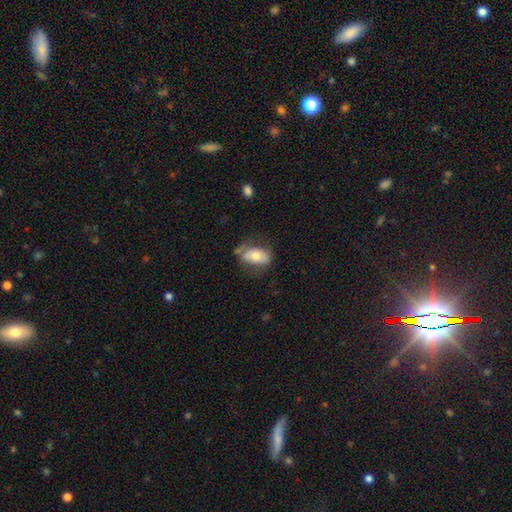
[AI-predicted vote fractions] The model was most divided on "merging": none: 52%, minor disturbance: 27%, major disturbance: 15%, merger: 6%. More confident: how rounded — in between (90%); smooth or featured — smooth (64%).